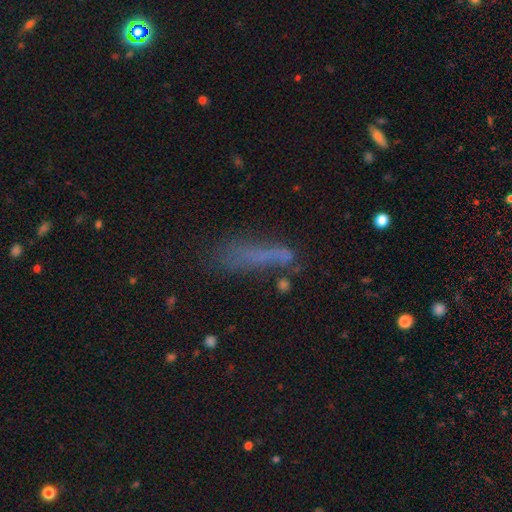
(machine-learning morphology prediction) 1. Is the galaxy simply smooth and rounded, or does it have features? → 60% smooth, 24% featured or disk, 16% star or artifact.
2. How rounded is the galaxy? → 77% cigar-shaped, 21% in between, 3% round.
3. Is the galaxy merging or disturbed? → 48% none, 23% minor disturbance, 20% major disturbance, 8% merger.